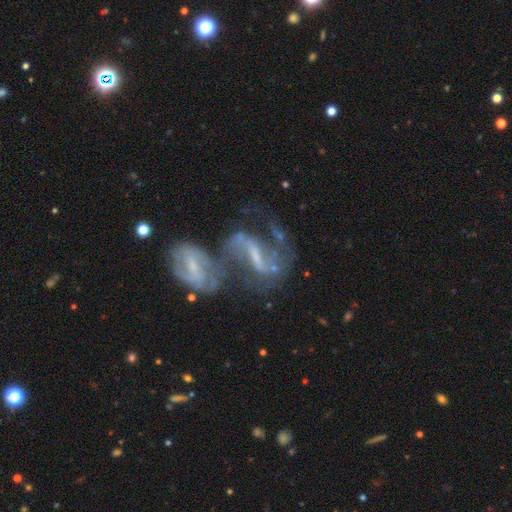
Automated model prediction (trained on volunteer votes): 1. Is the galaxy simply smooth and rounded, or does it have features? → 79% featured or disk, 11% smooth, 10% star or artifact.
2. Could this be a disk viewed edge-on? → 94% no, 6% yes.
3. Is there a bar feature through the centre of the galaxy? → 53% strong, 34% weak, 13% no.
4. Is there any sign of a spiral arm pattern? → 81% yes, 19% no.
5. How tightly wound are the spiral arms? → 46% loose, 38% medium, 16% tight.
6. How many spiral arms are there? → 75% 2, 14% can't tell, 6% 1, 3% 3, 1% 4, 1% more than 4.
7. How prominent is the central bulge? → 37% none, 36% small, 23% moderate, 3% large, 1% dominant.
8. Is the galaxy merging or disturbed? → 56% merger, 18% none, 16% major disturbance, 10% minor disturbance.